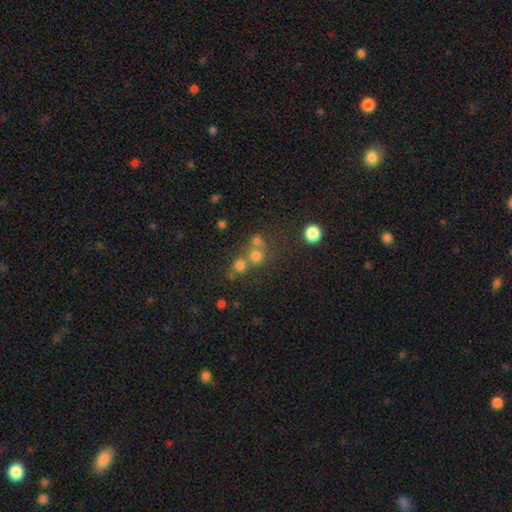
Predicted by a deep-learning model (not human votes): Smooth or featured: smooth — 66% (star or artifact — 21%)
How rounded: round — 88% (in between — 11%)
Merging: none — 48% (merger — 42%)